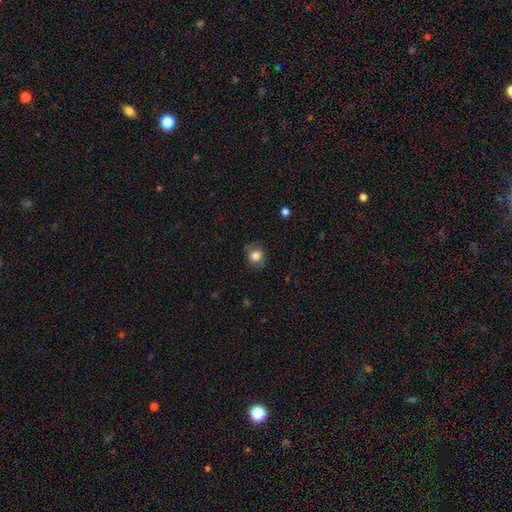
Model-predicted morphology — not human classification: Overall: smooth (81%). How rounded: round (71%). Merging: none (77%).